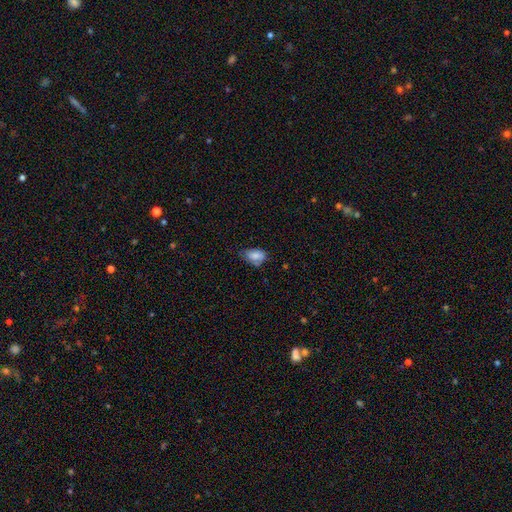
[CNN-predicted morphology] Overall: smooth (78%). How rounded: in between (88%). Merging: none (44%; minor disturbance 40%).